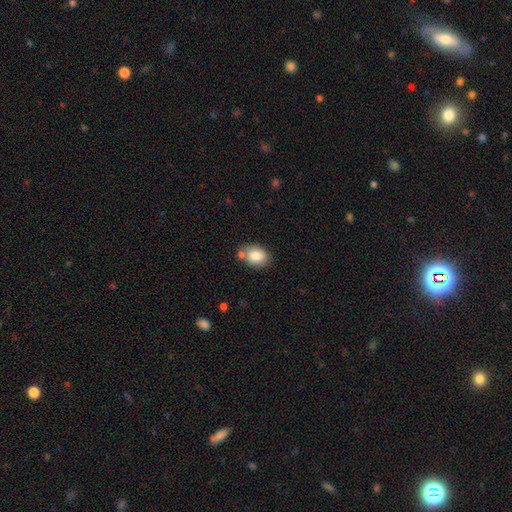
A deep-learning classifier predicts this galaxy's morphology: Q: Smooth or featured?
A: smooth (81%); runner-up: featured or disk (11%)
Q: How rounded?
A: in between (72%); runner-up: round (27%)
Q: Merging?
A: none (64%); runner-up: merger (16%)